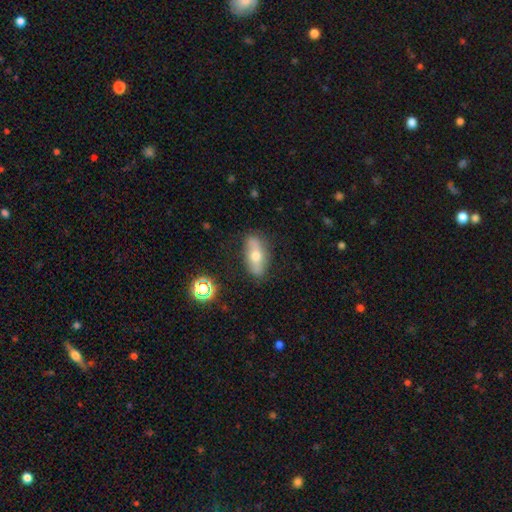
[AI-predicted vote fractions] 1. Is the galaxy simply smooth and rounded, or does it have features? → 49% smooth, 41% featured or disk, 9% star or artifact.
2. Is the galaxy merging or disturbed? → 81% none, 14% minor disturbance, 3% major disturbance, 2% merger.